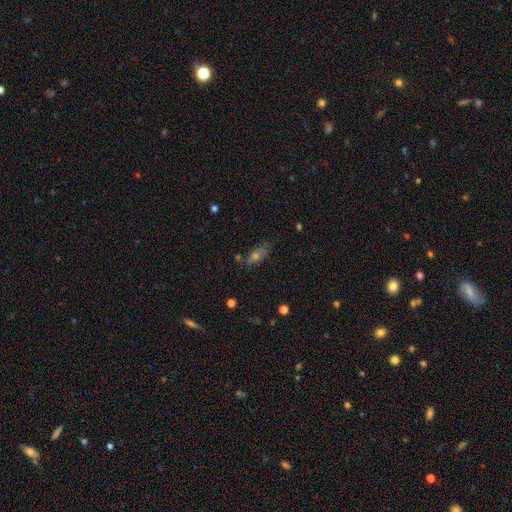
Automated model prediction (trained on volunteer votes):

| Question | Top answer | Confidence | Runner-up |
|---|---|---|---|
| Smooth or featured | smooth | 54% | featured or disk (26%) |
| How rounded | in between | 76% | cigar-shaped (13%) |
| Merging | none | 65% | minor disturbance (21%) |